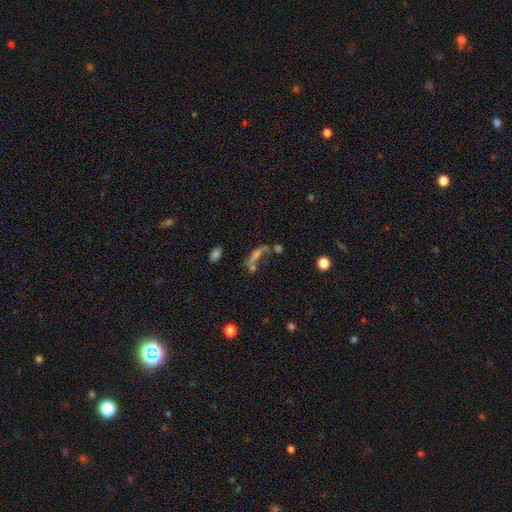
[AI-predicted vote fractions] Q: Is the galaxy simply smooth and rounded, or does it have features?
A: smooth — 36%.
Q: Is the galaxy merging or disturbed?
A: none — 34%.